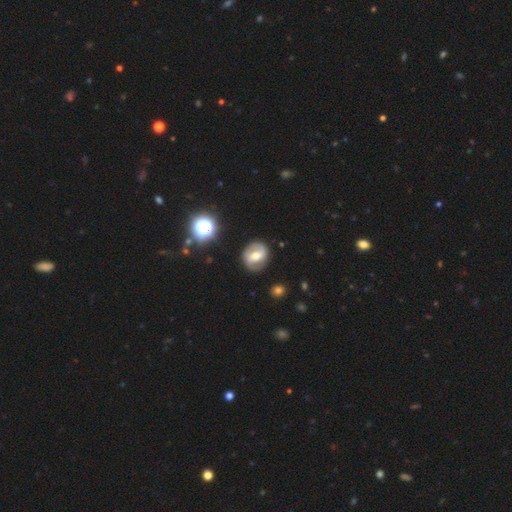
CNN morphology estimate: Smooth or featured? featured or disk (61%)
Edge-on disk? no (96%)
Bar? weak (44%)
Spiral arms? yes (75%)
Bulge size? moderate (68%)
Merging? none (82%)